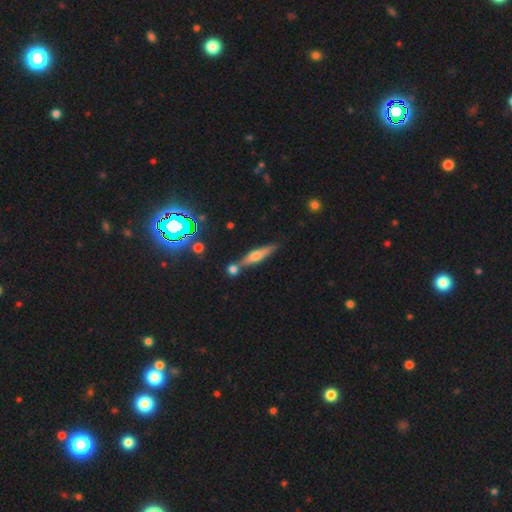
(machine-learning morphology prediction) smooth_or_featured: featured or disk (p=0.52) [alt: smooth p=0.36]
disk_edge_on: yes (p=0.92) [alt: no p=0.08]
merging: none (p=0.67) [alt: merger p=0.20]